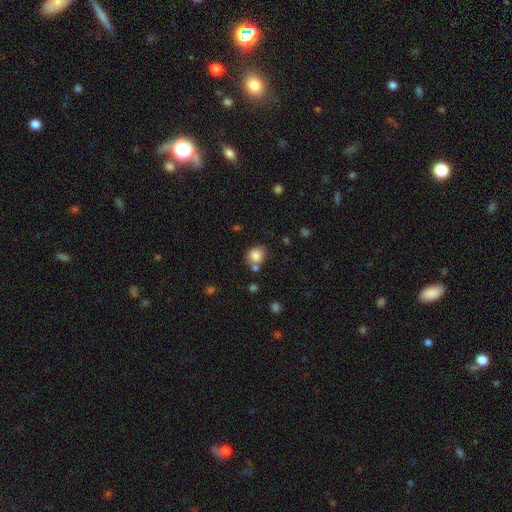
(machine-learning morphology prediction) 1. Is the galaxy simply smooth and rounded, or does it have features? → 84% smooth, 10% star or artifact, 6% featured or disk.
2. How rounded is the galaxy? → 76% round, 23% in between, 1% cigar-shaped.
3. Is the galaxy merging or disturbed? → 70% none, 14% merger, 12% minor disturbance, 4% major disturbance.